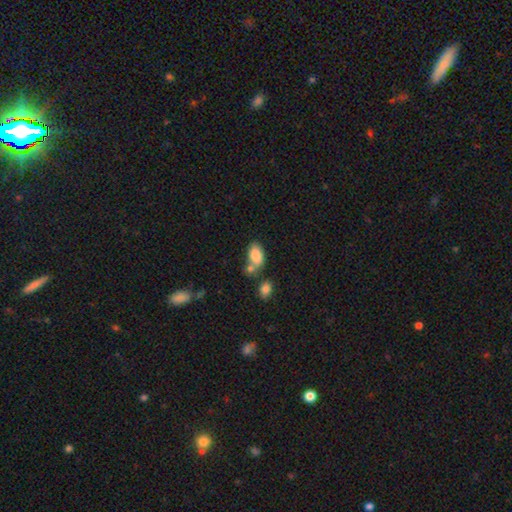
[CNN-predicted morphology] A smooth galaxy with no disk features (84%) that is in between round and cigar-shaped (91%).

Vote fractions:
- Smooth or featured? smooth: 84% / star or artifact: 8% / featured or disk: 8%
- How rounded? in between: 91% / round: 7% / cigar-shaped: 2%
- Merging? none: 44% / merger: 32% / minor disturbance: 17% / major disturbance: 7%